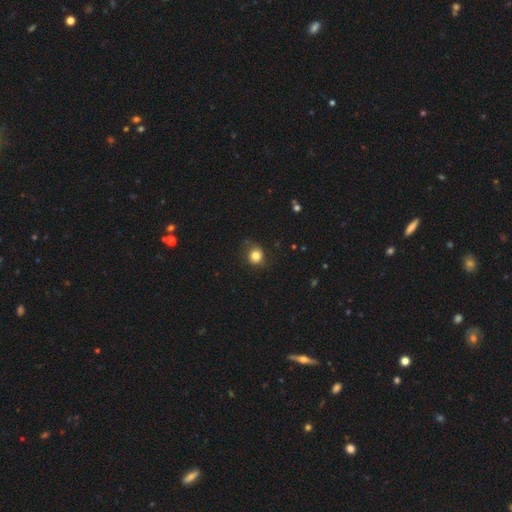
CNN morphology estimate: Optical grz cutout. It shows a smooth galaxy with no disk features (83%) that is round (80%). Merging: none (75%).